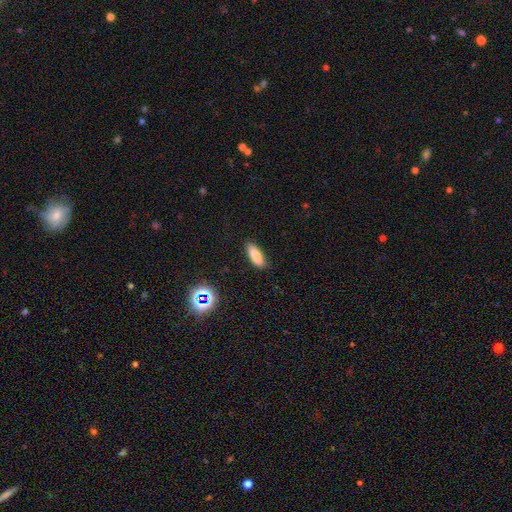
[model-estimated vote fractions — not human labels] The model was most divided on "how rounded": in between: 66%, cigar-shaped: 32%, round: 2%. More confident: merging — none (87%); smooth or featured — smooth (84%).